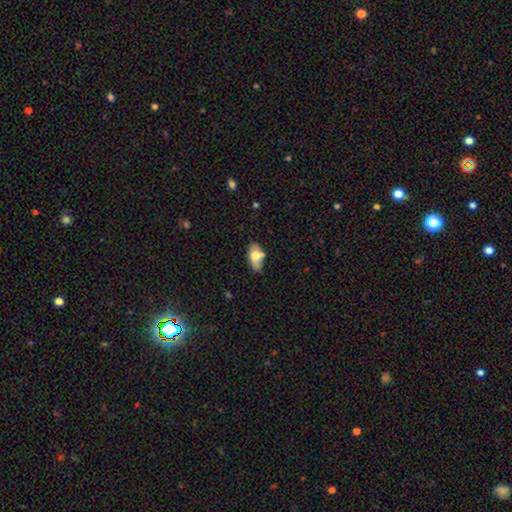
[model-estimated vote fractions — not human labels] This appears to be a smooth galaxy with no disk features (67%) that is in between round and cigar-shaped (90%). Merging: none (59%).